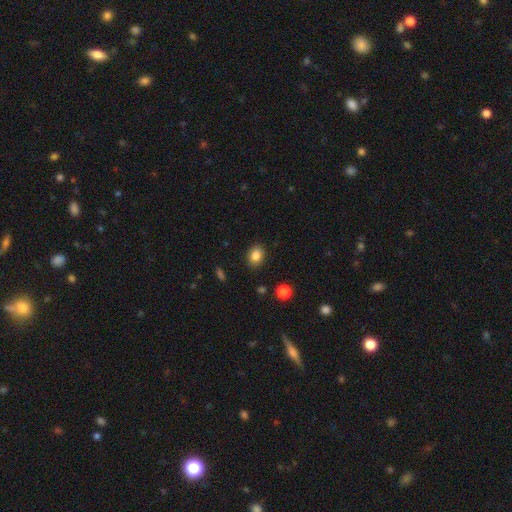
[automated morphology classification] A smooth galaxy with no disk features (85%) that is in between round and cigar-shaped (63%).

Vote fractions:
- Smooth or featured? smooth: 85% / star or artifact: 10% / featured or disk: 5%
- How rounded? in between: 63% / round: 36% / cigar-shaped: 1%
- Merging? none: 87% / minor disturbance: 9% / major disturbance: 3% / merger: 1%